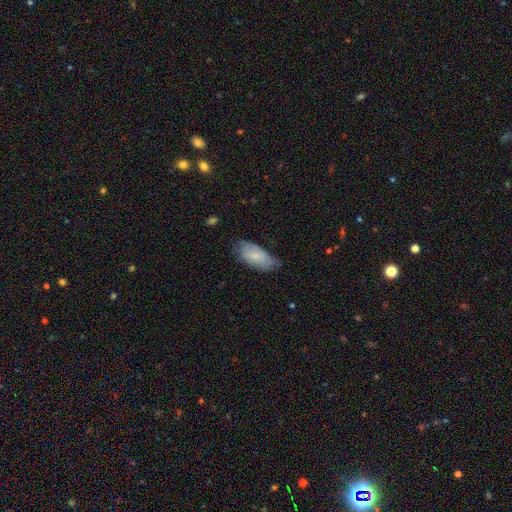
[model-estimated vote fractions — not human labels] Smooth or featured? smooth (68%)
How rounded? in between (91%)
Merging? none (58%)